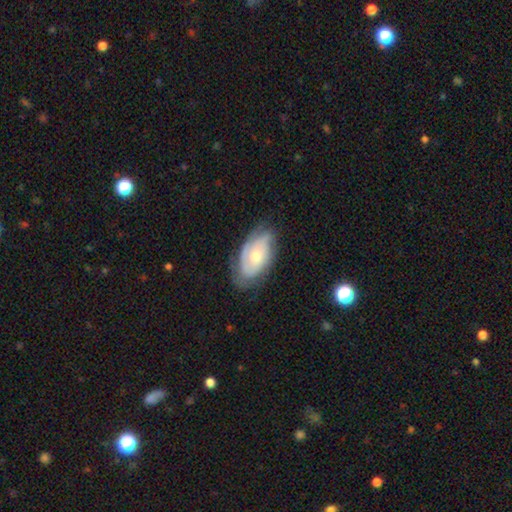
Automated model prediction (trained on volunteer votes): smooth_or_featured: featured or disk (p=0.66) [alt: smooth p=0.28]
disk_edge_on: no (p=0.93) [alt: yes p=0.07]
bar: no (p=0.78) [alt: weak p=0.18]
has_spiral_arms: yes (p=0.84) [alt: no p=0.16]
spiral_winding: tight (p=0.58) [alt: medium p=0.31]
spiral_arm_count: can't tell (p=0.39) [alt: 2 p=0.33]
bulge_size: moderate (p=0.54) [alt: small p=0.41]
merging: none (p=0.66) [alt: minor disturbance p=0.25]